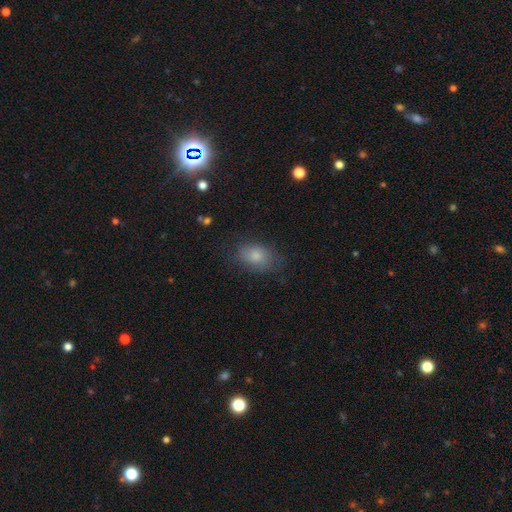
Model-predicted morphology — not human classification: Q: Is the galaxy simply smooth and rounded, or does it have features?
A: smooth — 78%.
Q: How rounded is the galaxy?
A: in between — 81%.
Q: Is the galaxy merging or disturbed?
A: none — 73%.